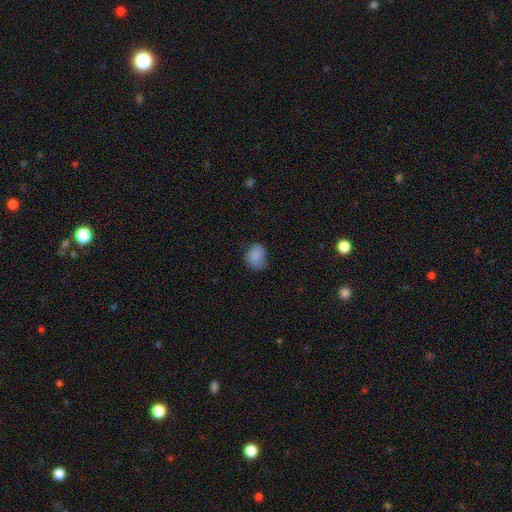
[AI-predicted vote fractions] Smooth or featured?
  - smooth: 86% *
  - star or artifact: 8%
  - featured or disk: 6%
How rounded?
  - in between: 54% *
  - round: 45%
  - cigar-shaped: 1%
Merging?
  - none: 72% *
  - minor disturbance: 22%
  - major disturbance: 5%
  - merger: 1%